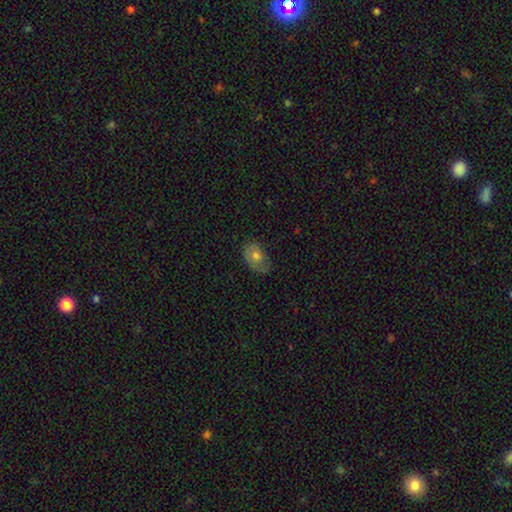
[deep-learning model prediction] Overall: smooth (67%). How rounded: in between (79%). Merging: none (61%; minor disturbance 30%).